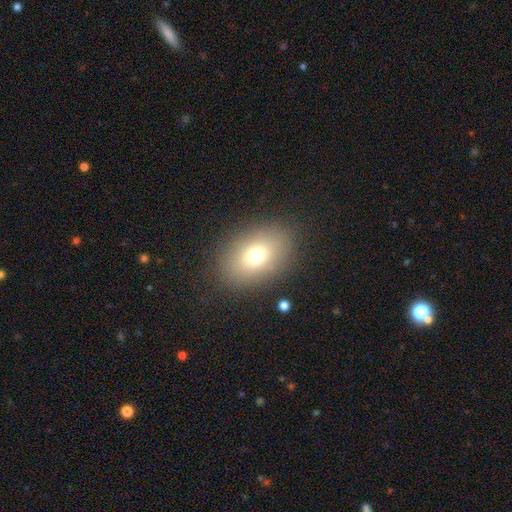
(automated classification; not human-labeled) This is likely a smooth galaxy (74%). How rounded: clearly in between (80%). Merging: clearly none (85%).